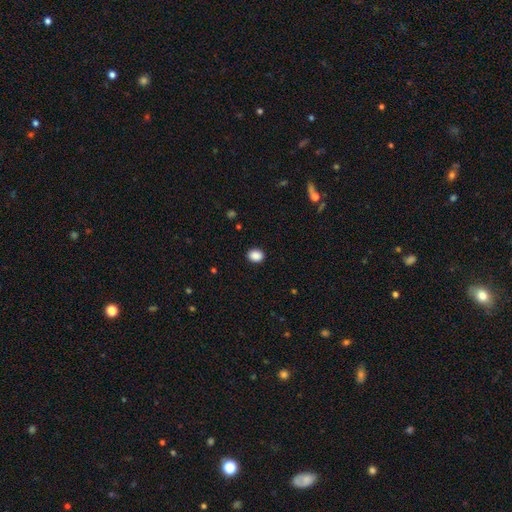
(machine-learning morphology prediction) Smooth or featured? Predicted: smooth (p=0.89). How rounded? Predicted: in between (p=0.51). Merging? Predicted: none (p=0.90).